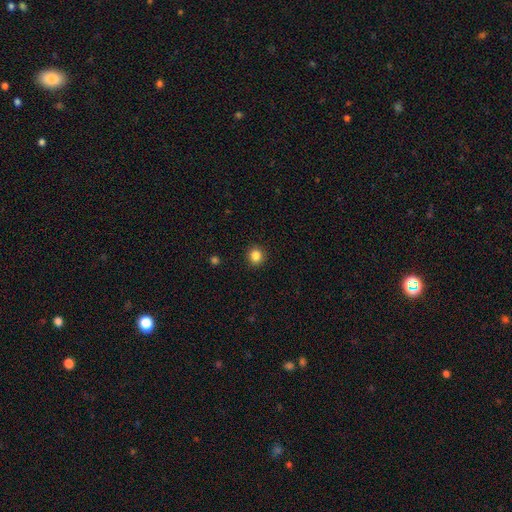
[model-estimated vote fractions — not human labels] Overall: smooth (85%). How rounded: round (87%). Merging: none (92%).